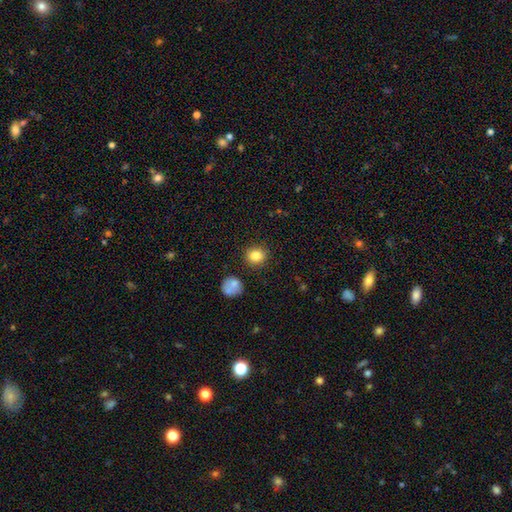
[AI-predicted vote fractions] A smooth galaxy with no disk features (83%) that is round (83%).

Vote fractions:
- Smooth or featured? smooth: 83% / star or artifact: 10% / featured or disk: 7%
- How rounded? round: 83% / in between: 16% / cigar-shaped: 1%
- Merging? none: 88% / minor disturbance: 7% / merger: 3% / major disturbance: 2%